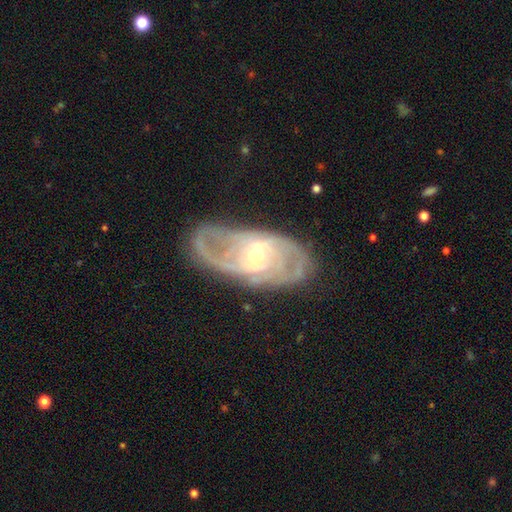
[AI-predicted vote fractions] smooth-or-featured: featured or disk: 86% | smooth: 8% | star or artifact: 6%
  disk-edge-on: no: 93% | yes: 7%
    bar: weak: 43% | no: 40% | strong: 17%
    has-spiral-arms: yes: 94% | no: 6%
      spiral-winding: tight: 45% | medium: 42% | loose: 13%
      spiral-arm-count: 2: 42% | can't tell: 25% | 3: 17% | 4: 7% | 1: 5% | more than 4: 4%
    bulge-size: small: 55% | moderate: 41% | large: 2% | none: 1% | dominant: 1%
  merging: none: 74% | minor disturbance: 17% | major disturbance: 8% | merger: 2%